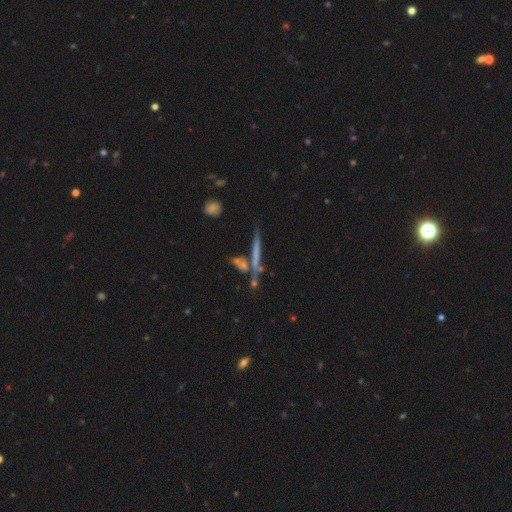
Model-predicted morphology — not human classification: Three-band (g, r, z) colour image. It shows a featured or disk galaxy (48%). Merging: none (63%).